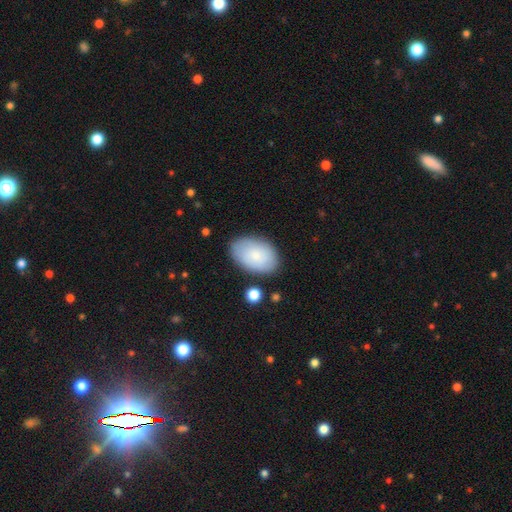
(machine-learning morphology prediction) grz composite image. It shows a smooth galaxy with no disk features (79%) that is in between round and cigar-shaped (92%). Merging: none (81%).